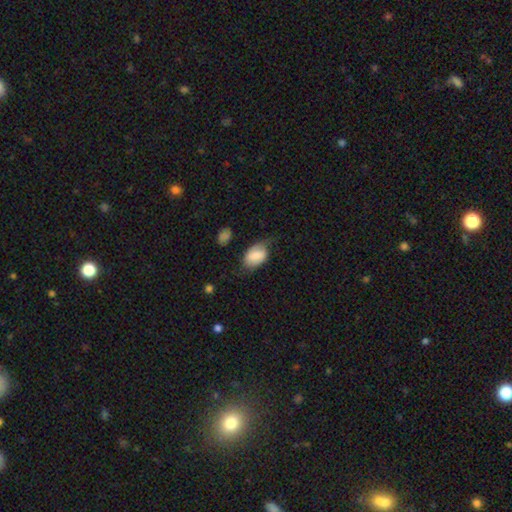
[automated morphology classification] This is likely a smooth galaxy (72%). How rounded: clearly in between (88%). Merging: marginally none (41%).